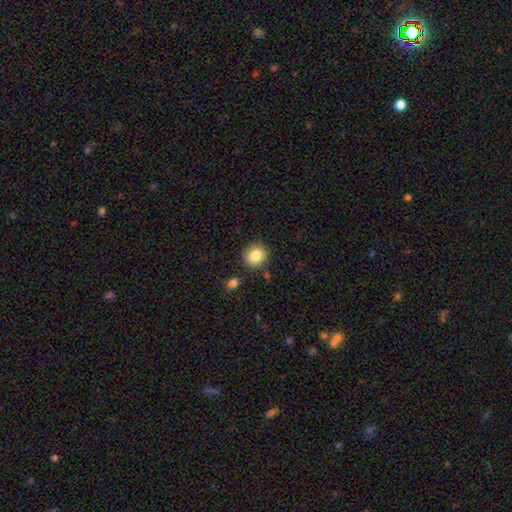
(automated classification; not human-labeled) The model was most divided on "how rounded": round: 85%, in between: 15%, cigar-shaped: 1%. More confident: merging — none (87%); smooth or featured — smooth (84%).